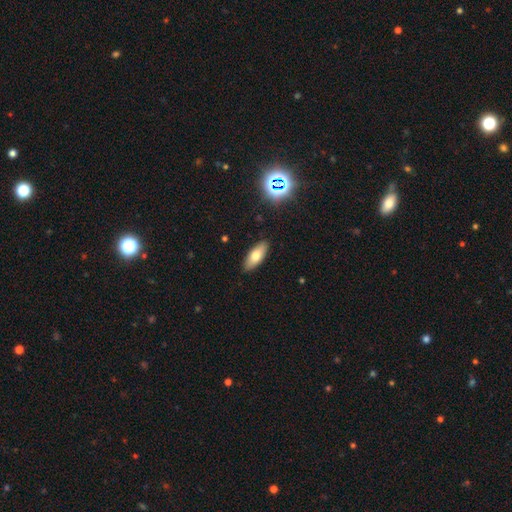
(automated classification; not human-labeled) A smooth galaxy with no disk features (71%) that is in between round and cigar-shaped (78%).

Vote fractions:
- Smooth or featured? smooth: 71% / featured or disk: 20% / star or artifact: 9%
- How rounded? in between: 78% / cigar-shaped: 19% / round: 3%
- Merging? none: 88% / minor disturbance: 9% / major disturbance: 2% / merger: 1%